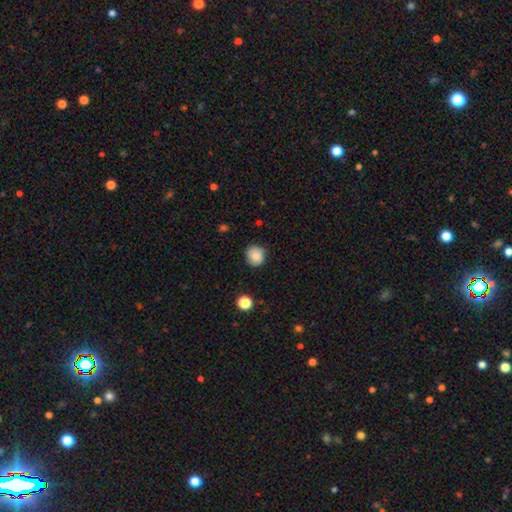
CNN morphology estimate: Q: Smooth or featured?
A: smooth (85%); runner-up: star or artifact (9%)
Q: How rounded?
A: round (88%); runner-up: in between (11%)
Q: Merging?
A: none (85%); runner-up: minor disturbance (12%)